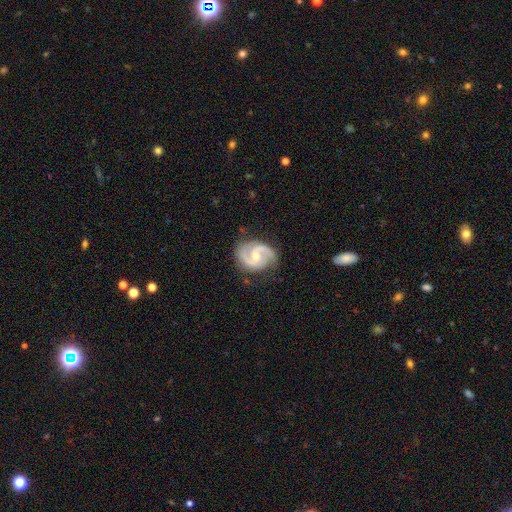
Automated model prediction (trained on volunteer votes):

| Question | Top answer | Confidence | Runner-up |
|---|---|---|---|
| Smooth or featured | featured or disk | 91% | smooth (5%) |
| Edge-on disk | no | 98% | yes (2%) |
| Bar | weak | 47% | no (42%) |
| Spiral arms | yes | 98% | no (2%) |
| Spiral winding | medium | 60% | tight (24%) |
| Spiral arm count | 2 | 93% | can't tell (2%) |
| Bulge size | moderate | 52% | small (44%) |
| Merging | none | 79% | minor disturbance (16%) |